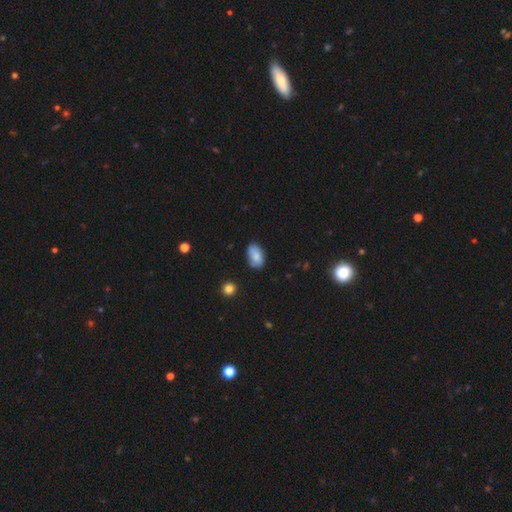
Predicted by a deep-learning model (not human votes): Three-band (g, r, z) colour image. It shows a smooth galaxy with no disk features (84%) that is in between round and cigar-shaped (93%). Merging: none (73%).